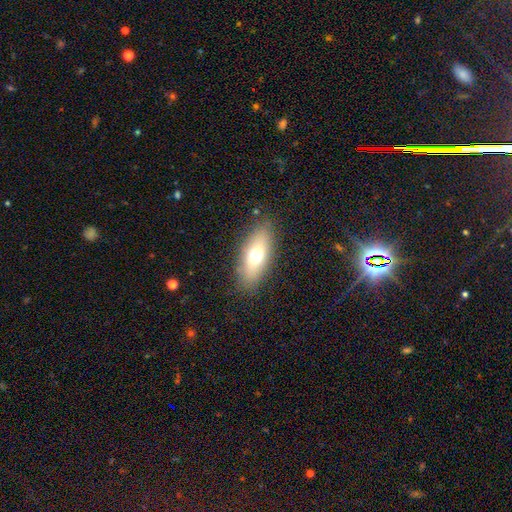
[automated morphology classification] Smooth or featured? Predicted: smooth (p=0.65). How rounded? Predicted: in between (p=0.75). Merging? Predicted: none (p=0.84).